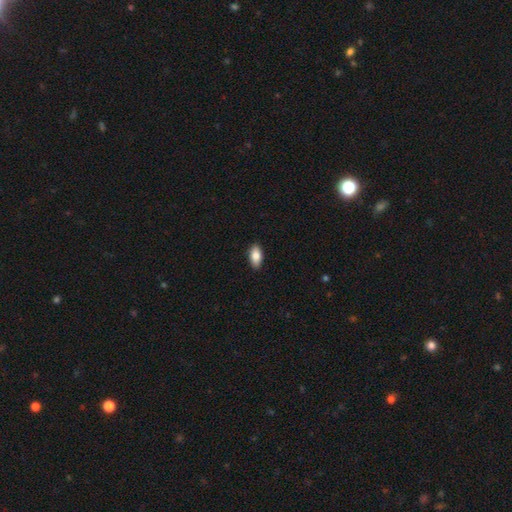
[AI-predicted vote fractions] This appears to be a smooth galaxy with no disk features (84%) that is in between round and cigar-shaped (91%). Merging: none (90%).